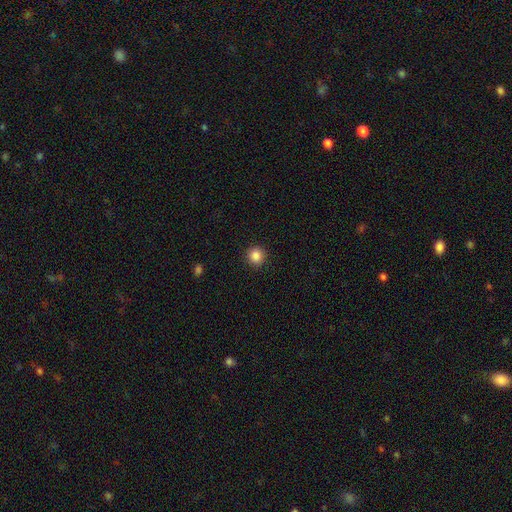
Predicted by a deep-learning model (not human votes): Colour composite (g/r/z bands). It shows a smooth galaxy with no disk features (87%) that is round (92%). Merging: none (91%).